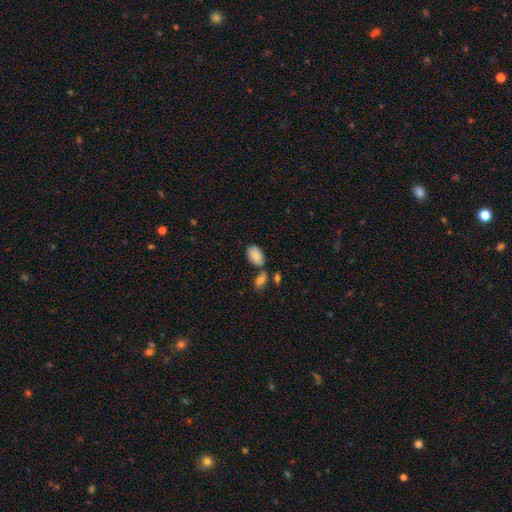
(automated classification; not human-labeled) Smooth or featured? smooth (85%)
How rounded? in between (93%)
Merging? none (56%)